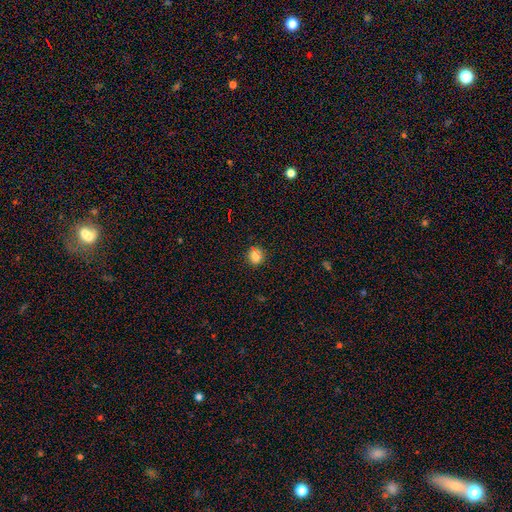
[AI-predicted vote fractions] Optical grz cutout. It shows a smooth galaxy with no disk features (76%) that is round (77%). Merging: none (85%).